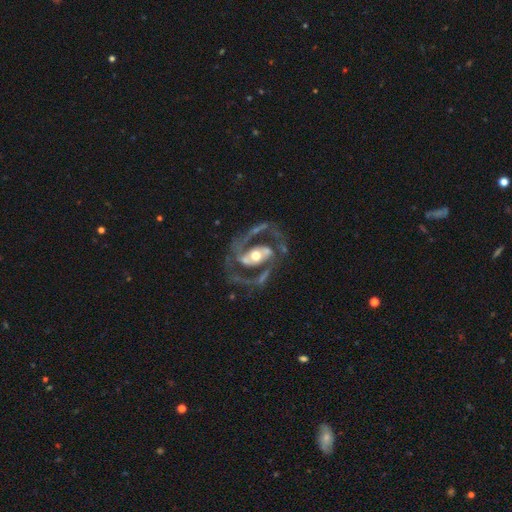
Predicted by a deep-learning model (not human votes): A featured or disk galaxy (87%) with no bar (43%), 2 (85%) medium (51%) spiral arms (86%) and a moderate central bulge (67%).

Vote fractions:
- Smooth or featured? featured or disk: 87% / smooth: 8% / star or artifact: 5%
- Edge-on disk? no: 96% / yes: 4%
- Bar? no: 43% / strong: 30% / weak: 27%
- Spiral arms? yes: 86% / no: 14%
- Spiral winding? medium: 51% / loose: 30% / tight: 19%
- Spiral arm count? 2: 85% / can't tell: 5% / 1: 4% / 3: 3% / 4: 1% / more than 4: 1%
- Bulge size? moderate: 67% / large: 19% / small: 11% / dominant: 2% / none: 1%
- Merging? none: 55% / major disturbance: 24% / minor disturbance: 16% / merger: 4%